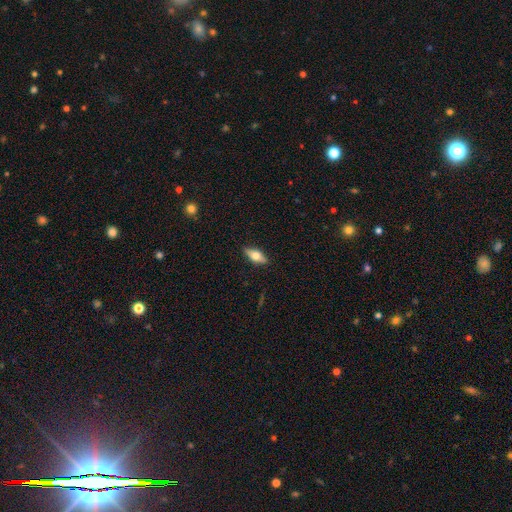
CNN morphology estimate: Q: Smooth or featured?
A: smooth (56%); runner-up: featured or disk (37%)
Q: How rounded?
A: in between (75%); runner-up: cigar-shaped (21%)
Q: Merging?
A: none (87%); runner-up: minor disturbance (10%)